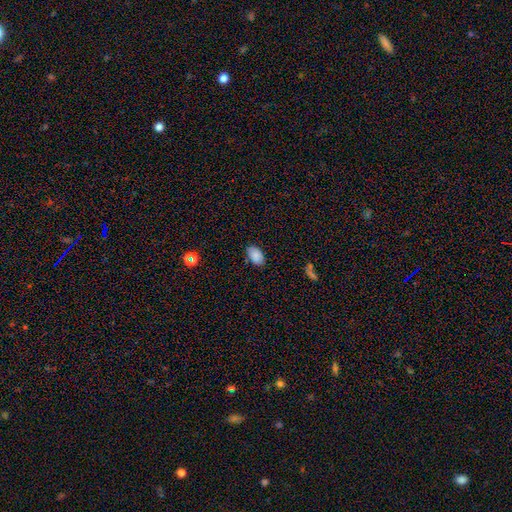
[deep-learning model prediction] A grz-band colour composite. It shows a smooth galaxy with no disk features (85%) that is in between round and cigar-shaped (91%). Merging: none (80%).